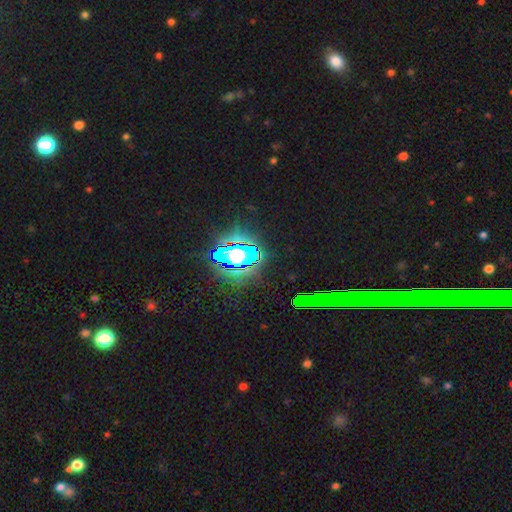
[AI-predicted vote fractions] Q: Smooth or featured?
A: star or artifact (65%); runner-up: smooth (21%)